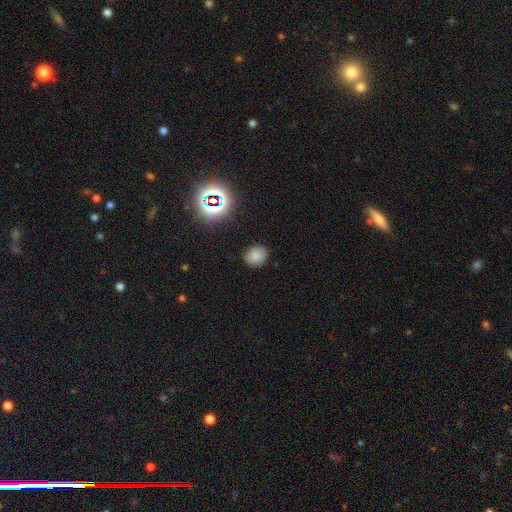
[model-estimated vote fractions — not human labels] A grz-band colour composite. It shows a smooth galaxy with no disk features (76%) that is round (58%). Merging: none (84%).